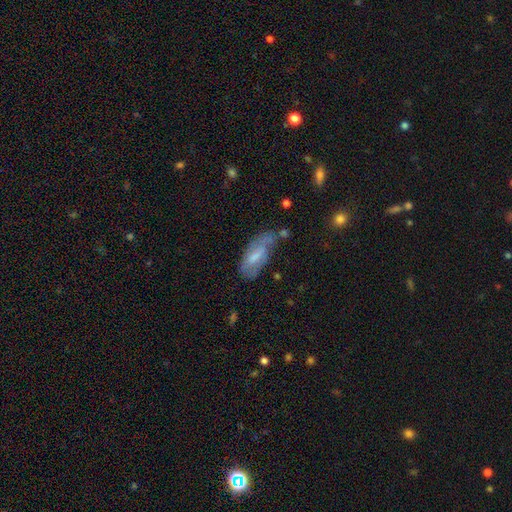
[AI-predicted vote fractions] A featured or disk galaxy (47%). Merging: none (43%).